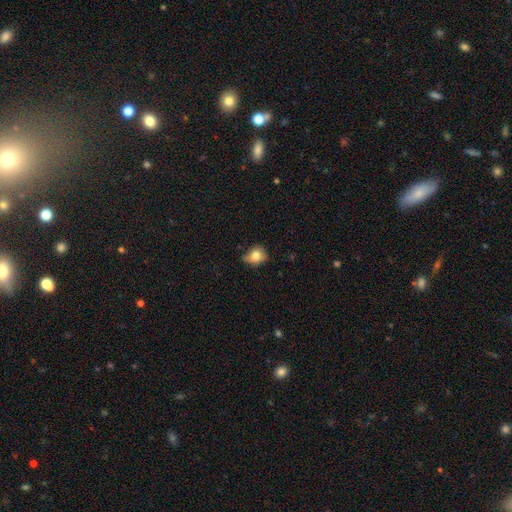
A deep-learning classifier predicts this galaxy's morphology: type=smooth (77%); roundness=round (59%); merging=none (53%).